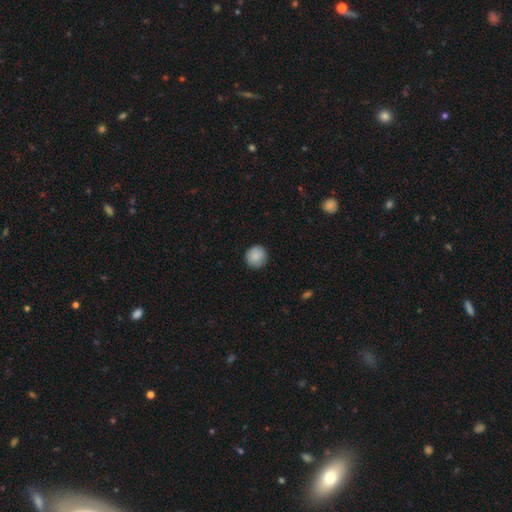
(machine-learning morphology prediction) type=smooth (86%); roundness=round (94%); merging=none (89%).